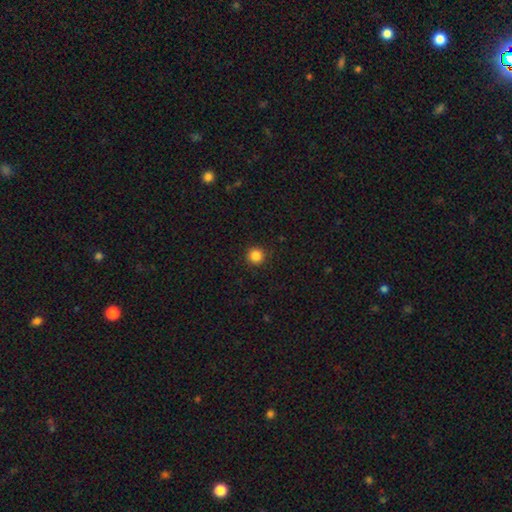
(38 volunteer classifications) smooth-or-featured: smooth: 84% | featured or disk: 8% | star or artifact: 8%
  how-rounded: round: 97% | in between: 3% | cigar-shaped: 0%
  merging: none: 77% | minor disturbance: 14% | major disturbance: 9% | merger: 0%